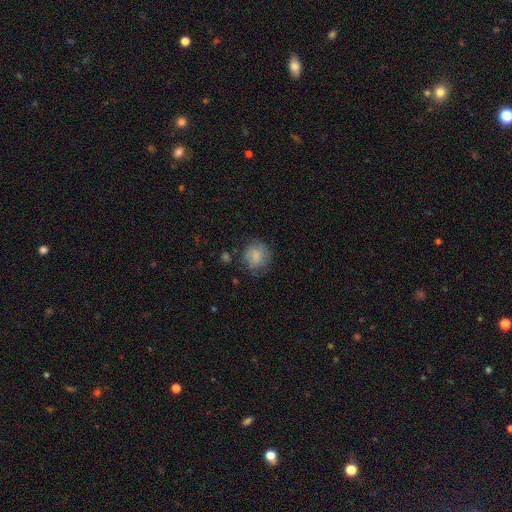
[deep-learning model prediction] A smooth galaxy with no disk features (76%) that is round (84%). Merging: none (68%).